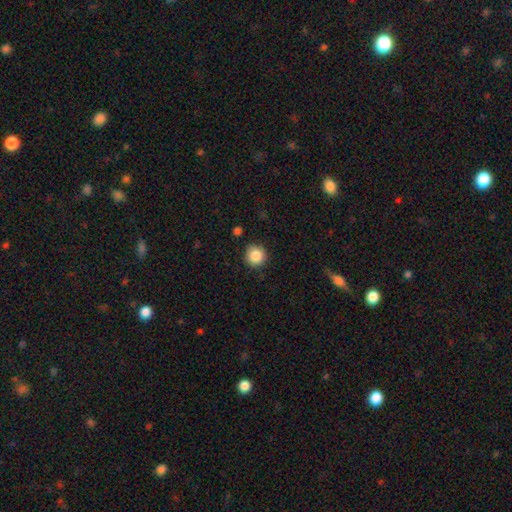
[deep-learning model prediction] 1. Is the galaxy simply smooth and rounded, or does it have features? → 86% smooth, 9% star or artifact, 5% featured or disk.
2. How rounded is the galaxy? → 94% round, 5% in between, 1% cigar-shaped.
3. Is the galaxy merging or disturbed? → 88% none, 8% minor disturbance, 2% major disturbance, 1% merger.